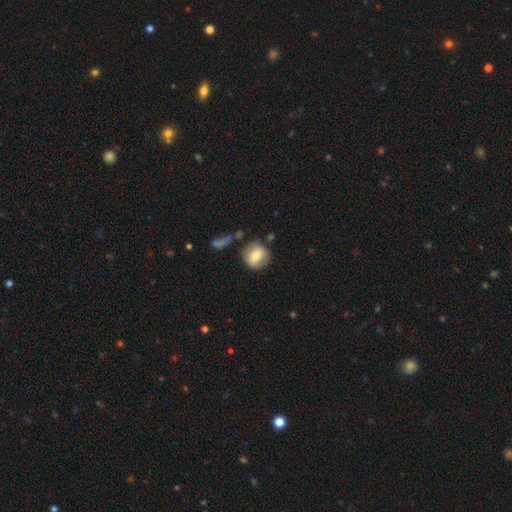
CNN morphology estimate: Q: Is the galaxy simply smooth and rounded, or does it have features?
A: smooth — 73%.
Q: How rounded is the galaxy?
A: round — 87%.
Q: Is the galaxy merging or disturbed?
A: none — 71%.